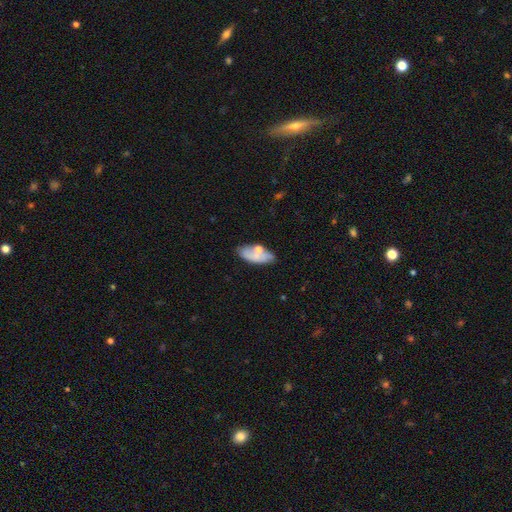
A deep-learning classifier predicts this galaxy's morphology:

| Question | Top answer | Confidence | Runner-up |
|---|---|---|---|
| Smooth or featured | smooth | 64% | featured or disk (29%) |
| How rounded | in between | 87% | cigar-shaped (10%) |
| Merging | none | 60% | minor disturbance (21%) |